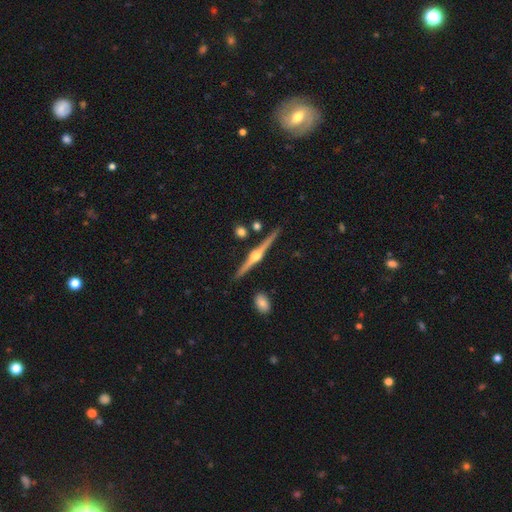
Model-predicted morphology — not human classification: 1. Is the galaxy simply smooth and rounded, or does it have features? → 85% featured or disk, 9% smooth, 5% star or artifact.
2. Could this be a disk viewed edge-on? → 98% yes, 2% no.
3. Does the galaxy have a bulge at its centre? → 95% rounded, 3% boxy, 2% none.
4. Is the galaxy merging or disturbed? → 89% none, 7% minor disturbance, 2% merger, 1% major disturbance.